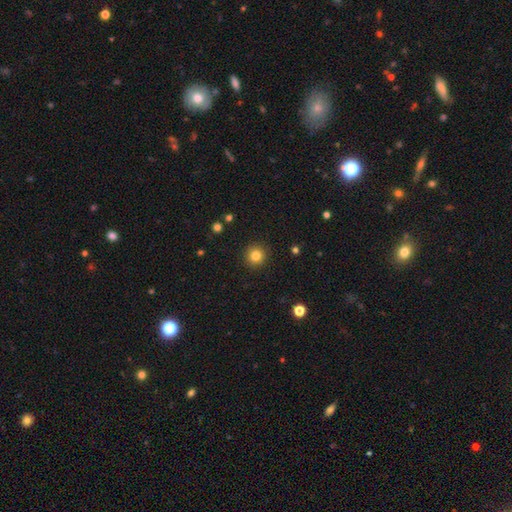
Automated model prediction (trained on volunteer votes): The model was most divided on "smooth or featured": smooth: 83%, star or artifact: 12%, featured or disk: 6%. More confident: how rounded — round (95%); merging — none (92%).